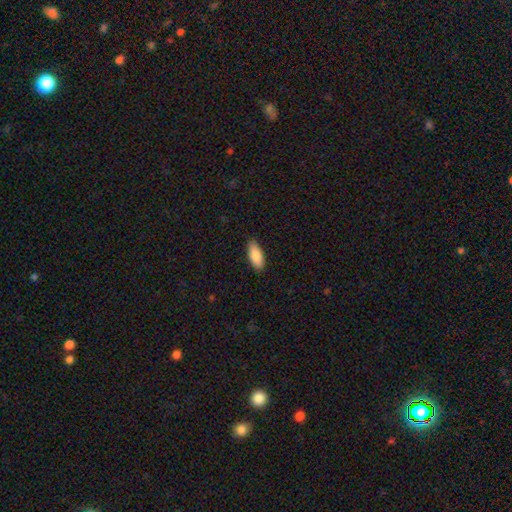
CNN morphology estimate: A smooth galaxy with no disk features (87%) that is in between round and cigar-shaped (83%).

Vote fractions:
- Smooth or featured? smooth: 87% / featured or disk: 7% / star or artifact: 6%
- How rounded? in between: 83% / cigar-shaped: 15% / round: 2%
- Merging? none: 88% / minor disturbance: 9% / major disturbance: 2% / merger: 1%